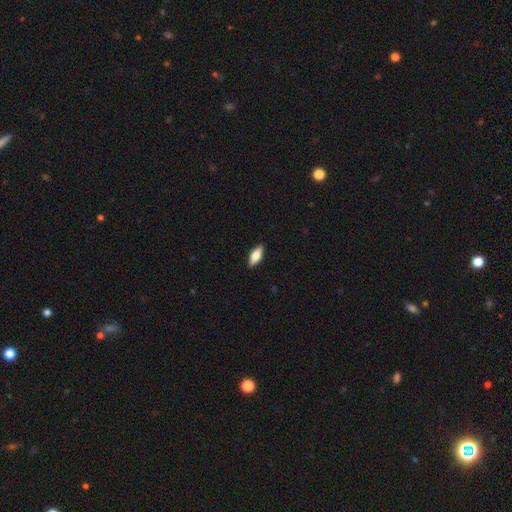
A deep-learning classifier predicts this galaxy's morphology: Overall: smooth (68%). How rounded: in between (74%). Merging: none (89%).